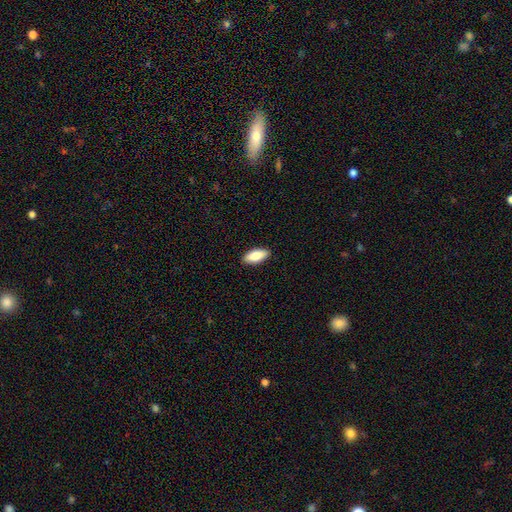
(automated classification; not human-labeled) smooth-or-featured: smooth: 86% | featured or disk: 9% | star or artifact: 6%
  how-rounded: in between: 86% | cigar-shaped: 12% | round: 2%
  merging: none: 90% | minor disturbance: 8% | major disturbance: 2% | merger: 1%